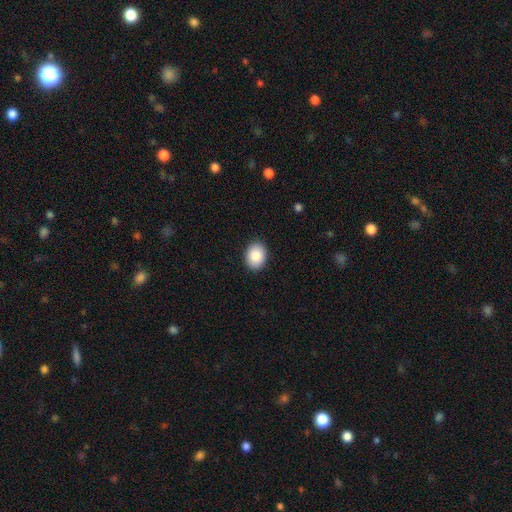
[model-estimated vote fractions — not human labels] Smooth or featured? Predicted: smooth (p=0.87). How rounded? Predicted: in between (p=0.60). Merging? Predicted: none (p=0.91).